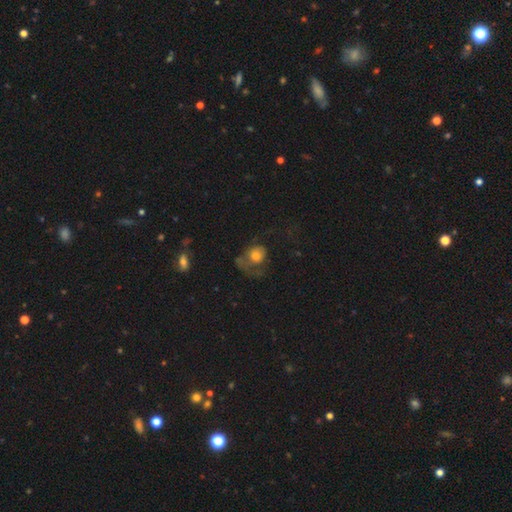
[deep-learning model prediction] Morphology: type=smooth (63%); roundness=round (65%); merging=major disturbance (55%).